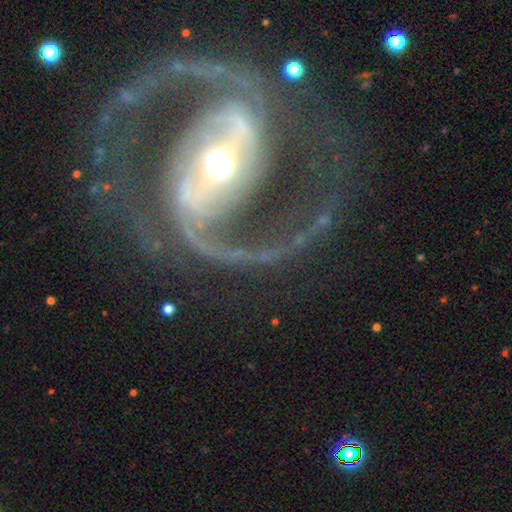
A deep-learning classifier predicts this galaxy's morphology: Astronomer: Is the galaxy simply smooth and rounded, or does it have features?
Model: featured or disk — 91%.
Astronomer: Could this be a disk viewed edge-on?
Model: no — 97%.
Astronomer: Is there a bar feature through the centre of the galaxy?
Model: strong — 58%.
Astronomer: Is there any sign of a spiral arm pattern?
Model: yes — 96%.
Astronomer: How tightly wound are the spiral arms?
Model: medium — 53% (runner-up: loose, 30%).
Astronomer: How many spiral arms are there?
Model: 2 — 88%.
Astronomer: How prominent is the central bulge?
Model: moderate — 62%.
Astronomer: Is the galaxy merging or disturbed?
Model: none — 67%.